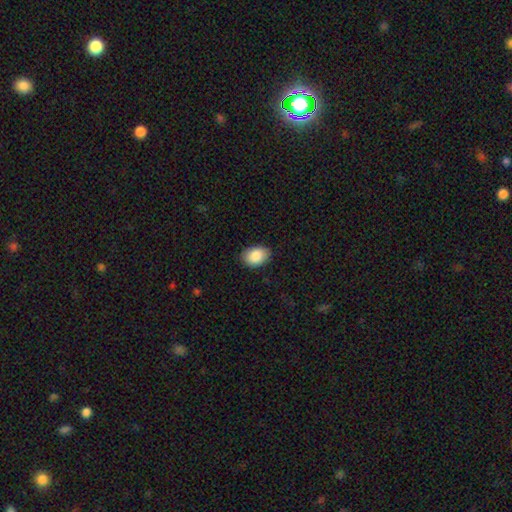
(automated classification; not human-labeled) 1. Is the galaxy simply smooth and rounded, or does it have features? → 89% smooth, 6% star or artifact, 5% featured or disk.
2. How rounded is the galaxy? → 82% in between, 17% round, 1% cigar-shaped.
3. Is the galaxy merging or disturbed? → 86% none, 11% minor disturbance, 2% major disturbance, 1% merger.